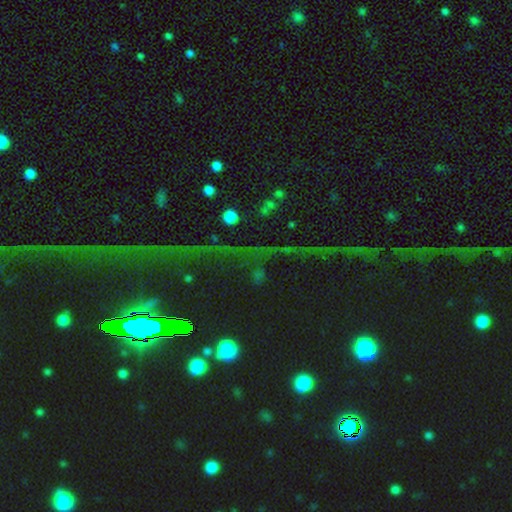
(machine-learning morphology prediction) Q: Smooth or featured?
A: star or artifact (77%); runner-up: featured or disk (12%)